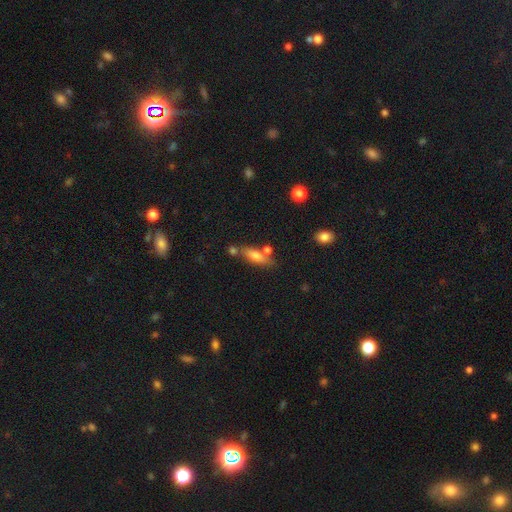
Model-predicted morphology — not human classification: type=smooth (67%); roundness=in between (53%); merging=none (65%).